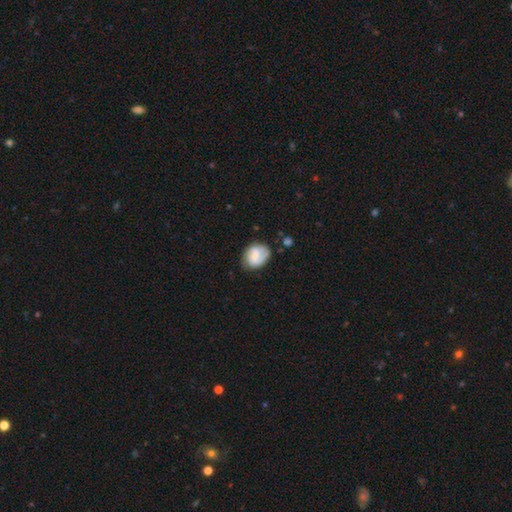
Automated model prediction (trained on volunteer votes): smooth_or_featured: smooth (p=0.48) [alt: featured or disk p=0.45]
merging: none (p=0.63) [alt: minor disturbance p=0.25]